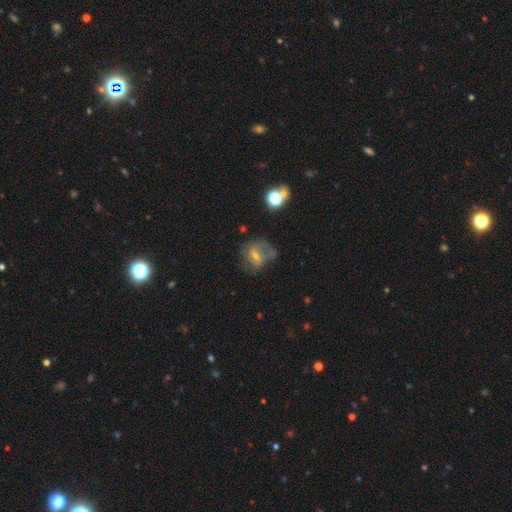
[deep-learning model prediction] A featured or disk galaxy (55%) with a weak bar (48%), spiral arms (62%) and a small central bulge (51%).

Vote fractions:
- Smooth or featured? featured or disk: 55% / smooth: 33% / star or artifact: 12%
- Edge-on disk? no: 96% / yes: 4%
- Bar? weak: 48% / no: 32% / strong: 20%
- Spiral arms? yes: 62% / no: 38%
- Bulge size? small: 51% / moderate: 42% / none: 4% / large: 2% / dominant: 1%
- Merging? none: 44% / minor disturbance: 25% / major disturbance: 25% / merger: 5%